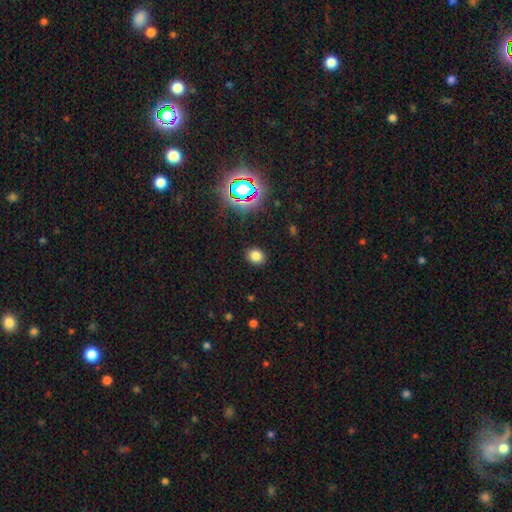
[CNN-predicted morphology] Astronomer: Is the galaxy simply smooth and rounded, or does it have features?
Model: smooth — 77%.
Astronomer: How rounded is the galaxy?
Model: round — 56% (runner-up: in between, 43%).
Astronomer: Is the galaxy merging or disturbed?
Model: none — 89%.